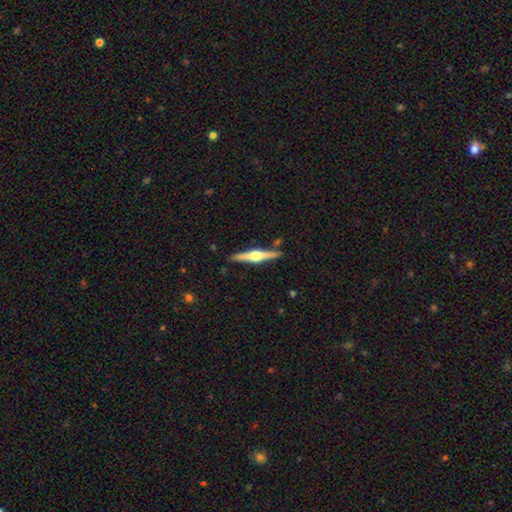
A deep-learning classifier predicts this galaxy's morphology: smooth-or-featured: featured or disk: 79% | smooth: 16% | star or artifact: 5%
  disk-edge-on: yes: 98% | no: 2%
    edge-on-bulge: rounded: 95% | boxy: 4% | none: 2%
  merging: none: 89% | minor disturbance: 7% | merger: 2% | major disturbance: 1%